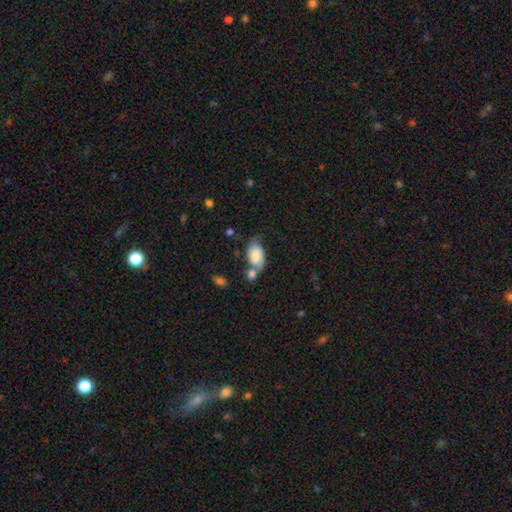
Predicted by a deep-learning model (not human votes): This is likely a smooth galaxy (65%). How rounded: clearly in between (89%). Merging: marginally merger (37%).